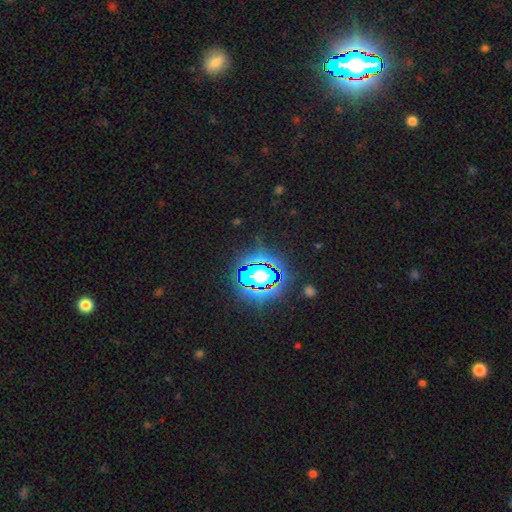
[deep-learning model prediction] Smooth or featured? Predicted: star or artifact (p=0.83).